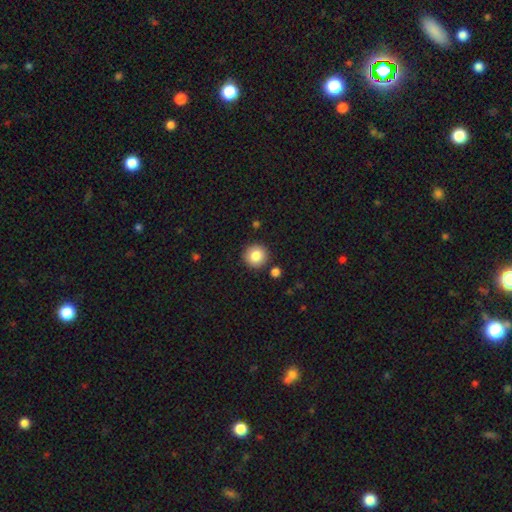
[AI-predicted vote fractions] smooth_or_featured: smooth (p=0.84) [alt: star or artifact p=0.09]
how_rounded: round (p=0.94) [alt: in between p=0.05]
merging: none (p=0.89) [alt: minor disturbance p=0.06]